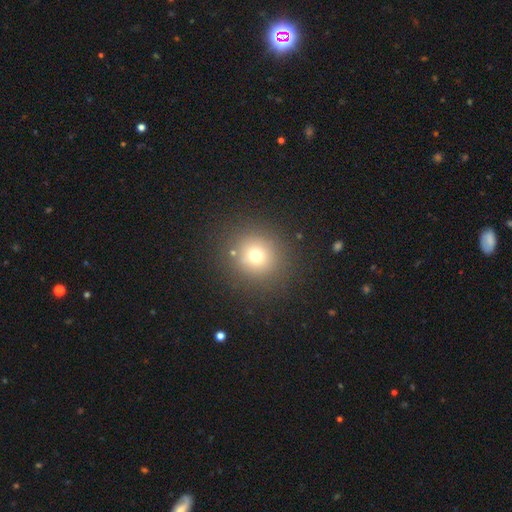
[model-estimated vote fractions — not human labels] This appears to be a smooth galaxy with no disk features (71%) that is round (90%). Merging: none (87%).